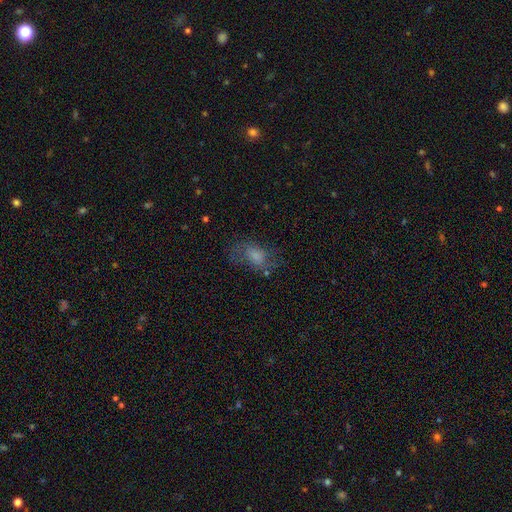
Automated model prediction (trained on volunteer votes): Morphology: type=smooth (57%); roundness=in between (83%); merging=none (53%).